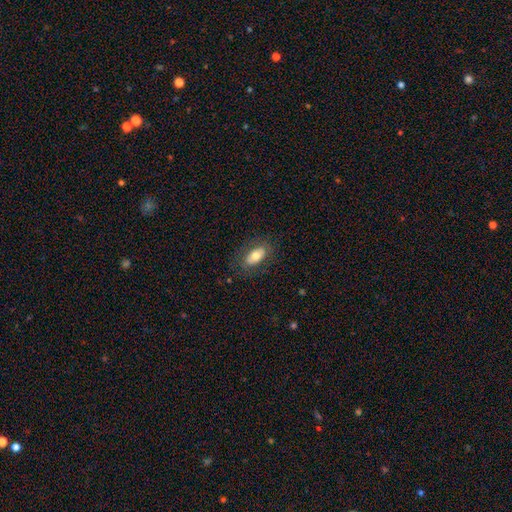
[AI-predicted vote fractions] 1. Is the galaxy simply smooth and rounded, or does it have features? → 69% smooth, 25% featured or disk, 7% star or artifact.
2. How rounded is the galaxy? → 90% in between, 5% cigar-shaped, 4% round.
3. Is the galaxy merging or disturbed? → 79% none, 14% minor disturbance, 6% major disturbance, 1% merger.